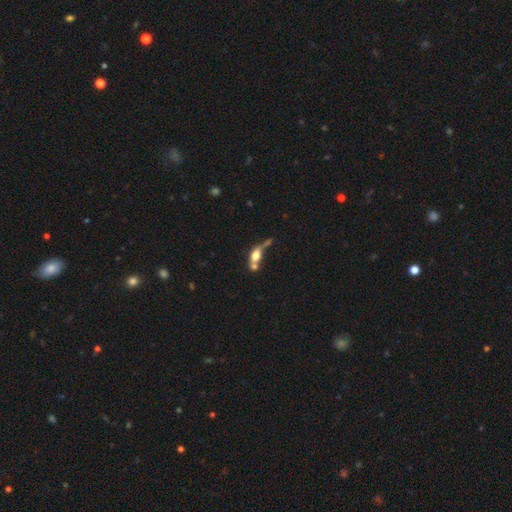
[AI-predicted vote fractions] Smooth or featured? Predicted: smooth (p=0.56). How rounded? Predicted: in between (p=0.63). Merging? Predicted: merger (p=0.48).